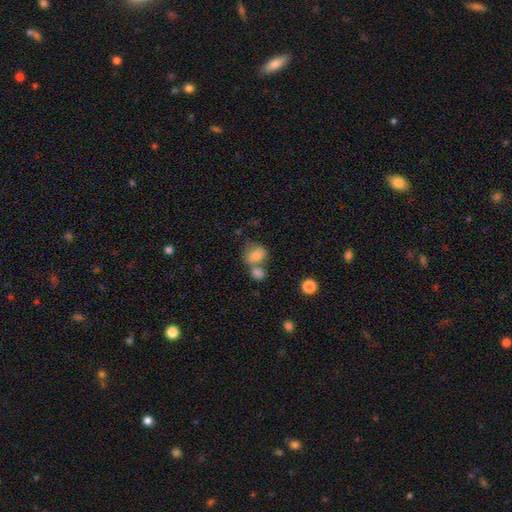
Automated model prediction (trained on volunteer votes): Overall: smooth (79%). How rounded: round (50%; in between 48%). Merging: merger (47%; none 35%).